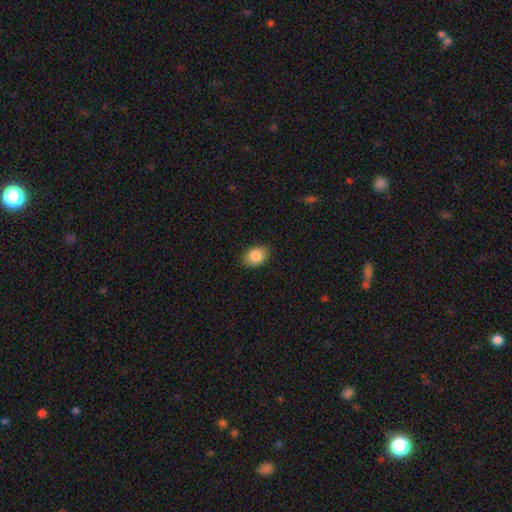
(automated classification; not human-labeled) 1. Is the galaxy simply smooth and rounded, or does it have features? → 87% smooth, 8% star or artifact, 5% featured or disk.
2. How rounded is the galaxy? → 80% in between, 19% round, 1% cigar-shaped.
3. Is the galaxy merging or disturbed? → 85% none, 11% minor disturbance, 2% major disturbance, 1% merger.